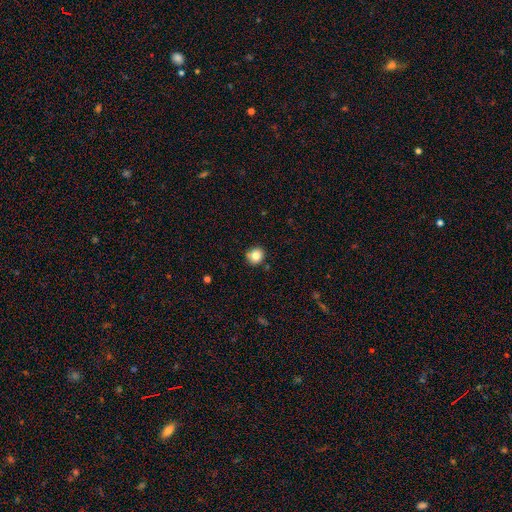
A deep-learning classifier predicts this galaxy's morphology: Smooth or featured: smooth — 82% (star or artifact — 11%)
How rounded: round — 85% (in between — 14%)
Merging: none — 82% (minor disturbance — 12%)